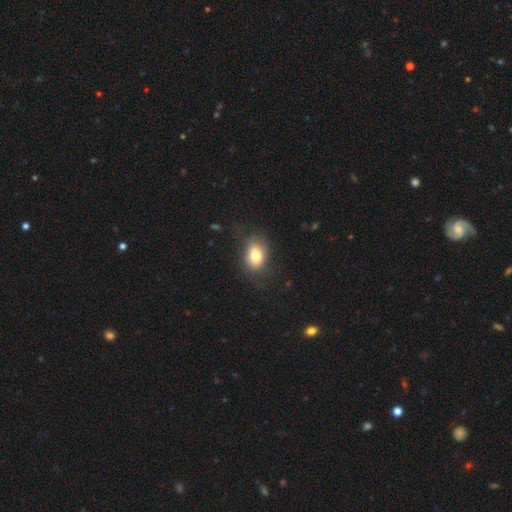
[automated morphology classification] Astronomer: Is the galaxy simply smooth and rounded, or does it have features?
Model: smooth — 78%.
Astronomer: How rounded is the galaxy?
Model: in between — 77%.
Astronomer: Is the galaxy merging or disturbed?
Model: none — 72%.